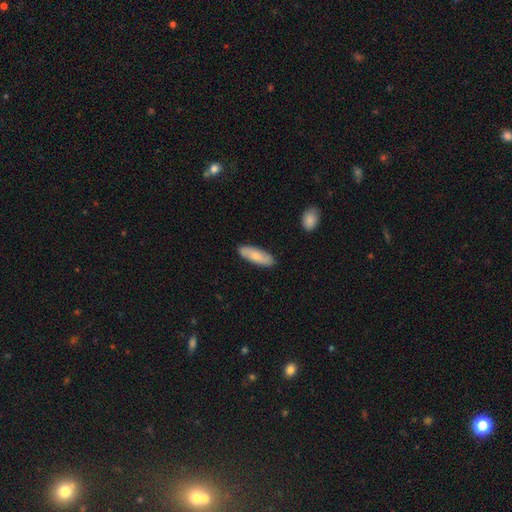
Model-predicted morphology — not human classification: smooth 73%, featured or disk 22%, star or artifact 5%. Down the decision tree: how rounded — in between (62%); merging — none (87%).